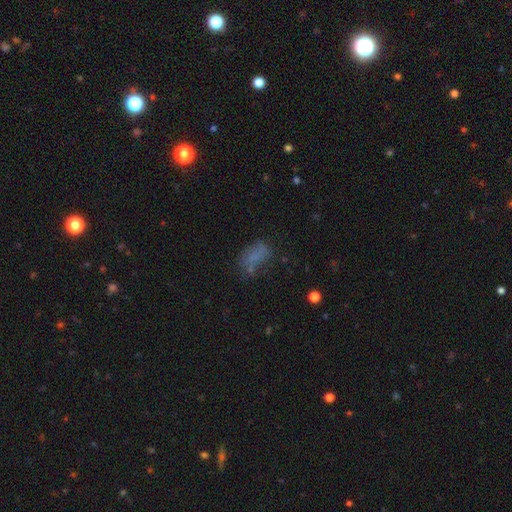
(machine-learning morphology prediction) This appears to be a smooth galaxy with no disk features (63%) that is in between round and cigar-shaped (86%). Merging: none (46%).